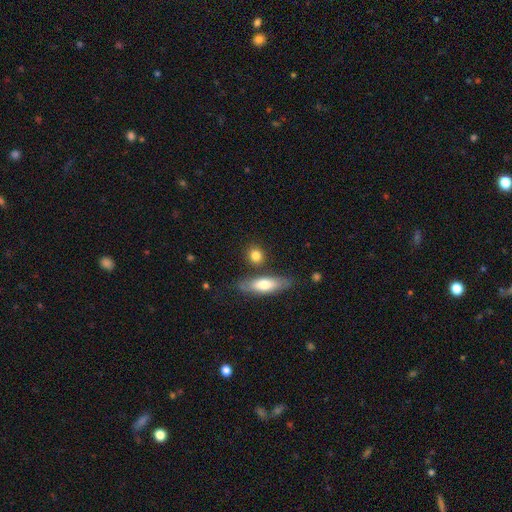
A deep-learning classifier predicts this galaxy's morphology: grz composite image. It shows a smooth galaxy with no disk features (81%) that is round (60%). Merging: none (76%).